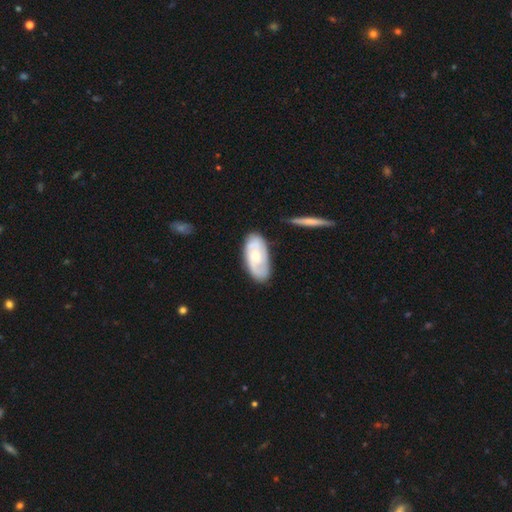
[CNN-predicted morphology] Q: Smooth or featured?
A: featured or disk (59%); runner-up: smooth (36%)
Q: Edge-on disk?
A: no (91%); runner-up: yes (9%)
Q: Bar?
A: no (69%); runner-up: weak (26%)
Q: Spiral arms?
A: yes (83%); runner-up: no (17%)
Q: Bulge size?
A: moderate (49%); runner-up: small (43%)
Q: Merging?
A: none (76%); runner-up: minor disturbance (17%)